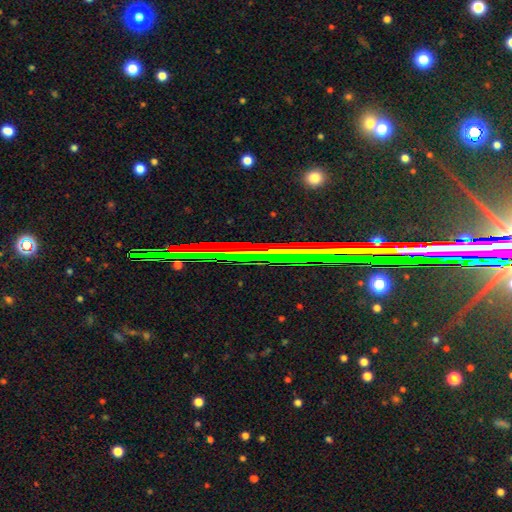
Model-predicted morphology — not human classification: smooth-or-featured: star or artifact: 77% | featured or disk: 15% | smooth: 8%